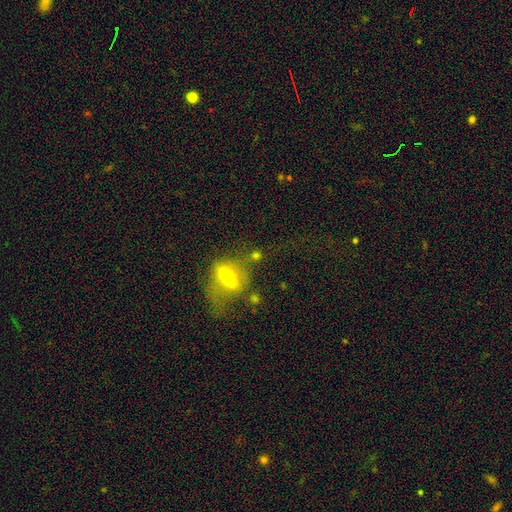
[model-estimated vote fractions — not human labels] The model was most divided on "how rounded": in between: 46%, round: 37%, cigar-shaped: 17%. More confident: merging — none (57%); smooth or featured — smooth (52%).